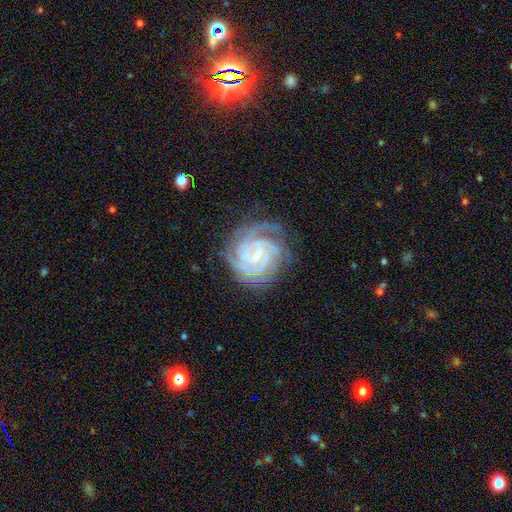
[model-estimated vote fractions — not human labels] Morphology: type=featured or disk (90%); edge-on=no (98%); bar=weak (48%); spiral arms=yes (98%); winding=tight (80%); arm count=3 (27%); bulge=small (67%); merging=none (76%).